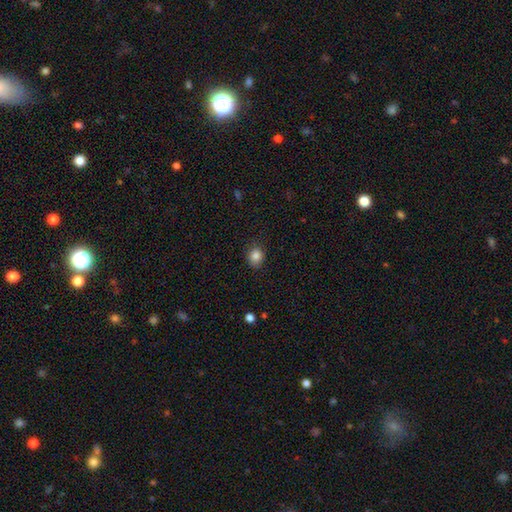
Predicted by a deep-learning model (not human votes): Morphology: type=smooth (85%); roundness=round (70%); merging=none (85%).